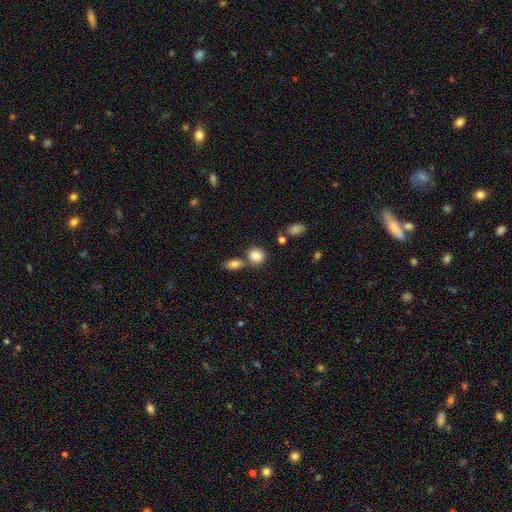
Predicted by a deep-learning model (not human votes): Overall: smooth (84%). How rounded: round (70%). Merging: none (56%; merger 30%).